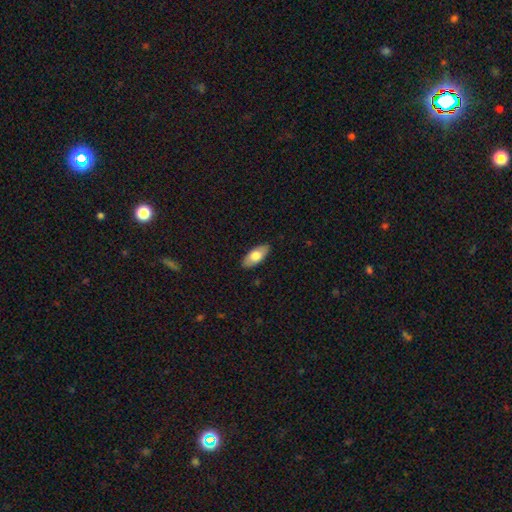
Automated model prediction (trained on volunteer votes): smooth 73%, featured or disk 21%, star or artifact 6%. Down the decision tree: how rounded — in between (90%); merging — none (88%).